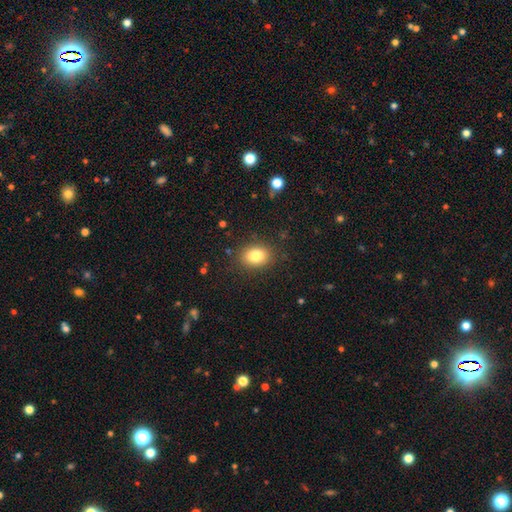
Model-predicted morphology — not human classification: A smooth galaxy with no disk features (82%) that is in between round and cigar-shaped (64%). Merging: none (86%).